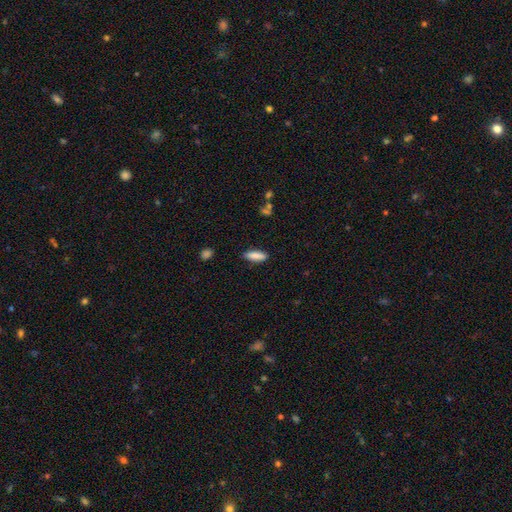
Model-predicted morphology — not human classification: A smooth galaxy with no disk features (85%) that is in between round and cigar-shaped (50%). Merging: none (86%).